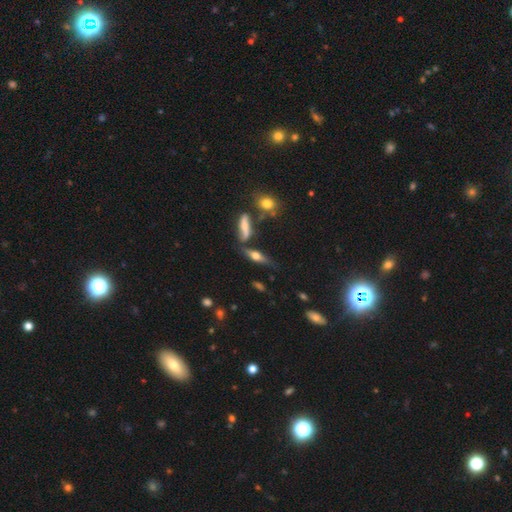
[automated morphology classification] Smooth or featured: featured or disk — 50% (smooth — 41%)
Merging: none — 66% (minor disturbance — 16%)